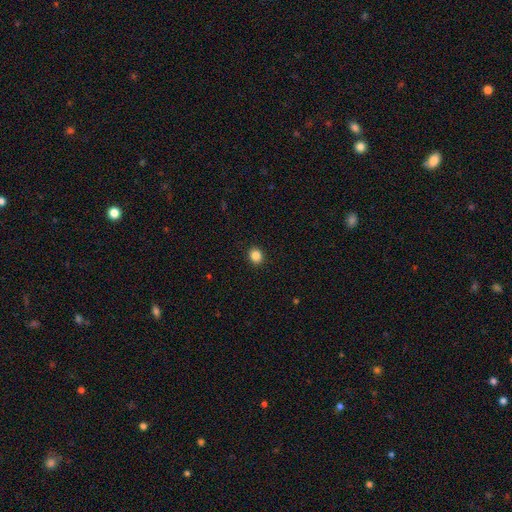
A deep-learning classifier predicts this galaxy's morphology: Smooth or featured? smooth (86%)
How rounded? round (75%)
Merging? none (92%)